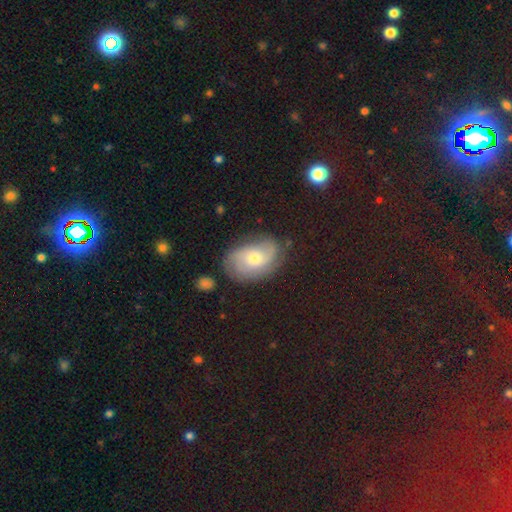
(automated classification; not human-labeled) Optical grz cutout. It shows a featured or disk galaxy (64%) with no bar (73%), 2 (42%) tight (44%) spiral arms (88%) and a moderate central bulge (57%). Merging: none (71%).